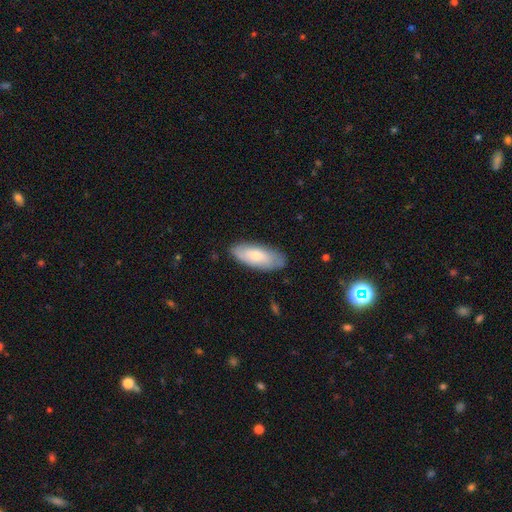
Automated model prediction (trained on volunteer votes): Smooth or featured: smooth — 75% (featured or disk — 20%)
How rounded: in between — 80% (cigar-shaped — 18%)
Merging: none — 80% (minor disturbance — 15%)